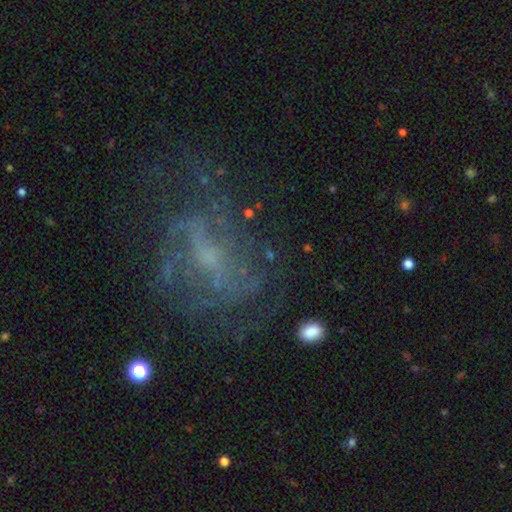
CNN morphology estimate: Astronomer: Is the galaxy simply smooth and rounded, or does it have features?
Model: featured or disk — 69%.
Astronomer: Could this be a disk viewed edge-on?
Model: no — 95%.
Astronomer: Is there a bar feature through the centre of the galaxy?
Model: no — 45% (runner-up: weak, 42%).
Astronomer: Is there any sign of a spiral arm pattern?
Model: yes — 67%.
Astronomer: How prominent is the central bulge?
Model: small — 53%.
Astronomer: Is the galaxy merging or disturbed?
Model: none — 56%.